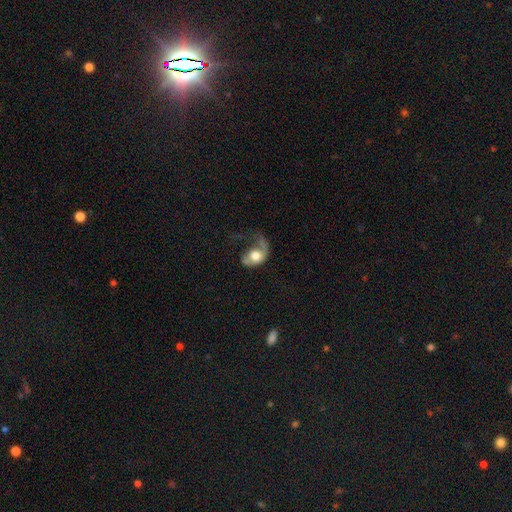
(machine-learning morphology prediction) A featured or disk galaxy (49%). Merging: major disturbance (59%).